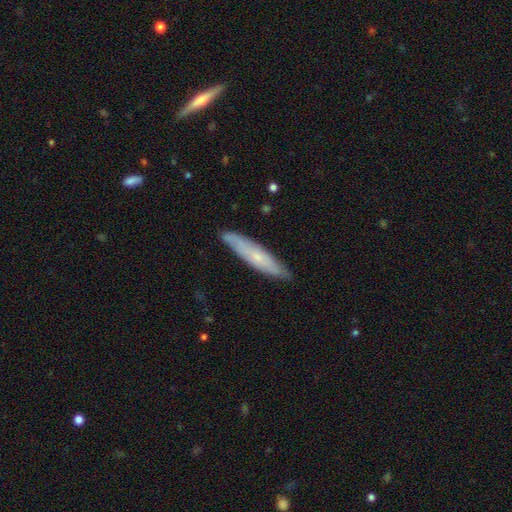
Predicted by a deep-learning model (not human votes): A smooth galaxy with no disk features (52%) that is cigar-shaped (86%). Merging: none (84%).